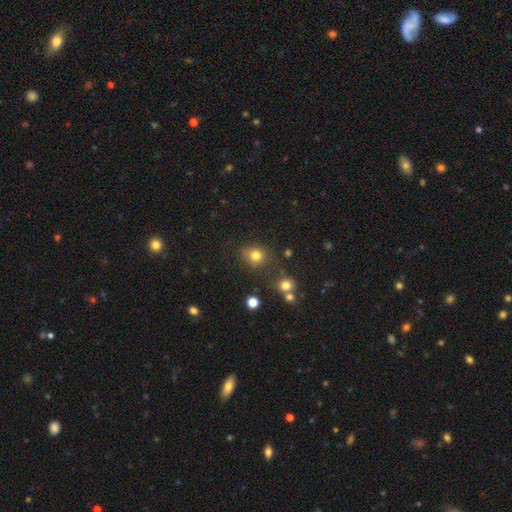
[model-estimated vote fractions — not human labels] smooth-or-featured: smooth: 79% | star or artifact: 14% | featured or disk: 7%
  how-rounded: round: 74% | in between: 25% | cigar-shaped: 1%
  merging: none: 74% | minor disturbance: 15% | merger: 6% | major disturbance: 5%